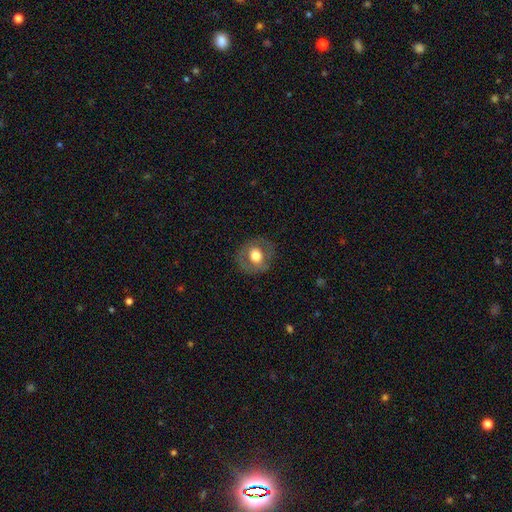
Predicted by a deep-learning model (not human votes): smooth 59%, featured or disk 32%, star or artifact 8%. Down the decision tree: how rounded — round (80%); merging — none (81%).